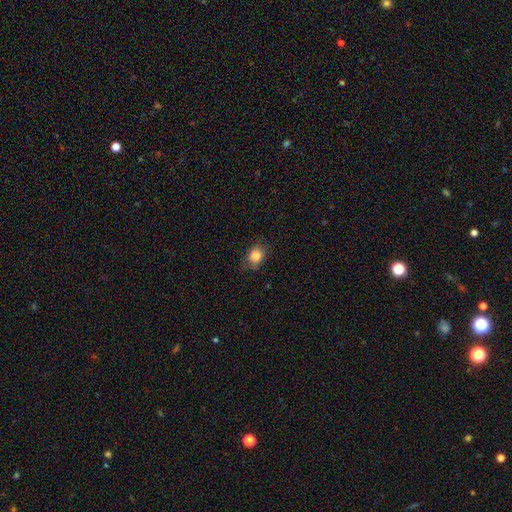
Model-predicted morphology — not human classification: smooth 84%, star or artifact 9%, featured or disk 7%. Down the decision tree: how rounded — in between (53%); merging — none (74%).